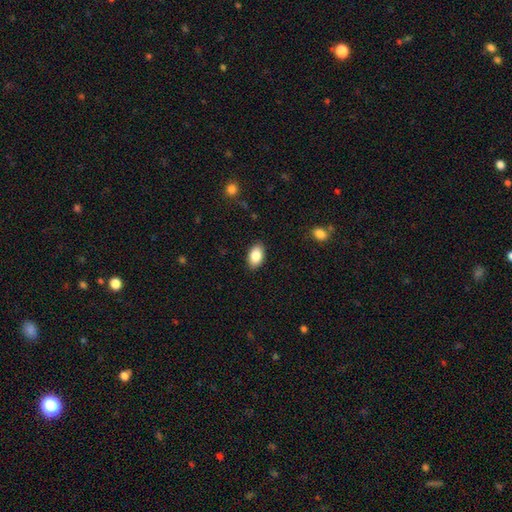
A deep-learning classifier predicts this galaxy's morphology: smooth_or_featured: smooth (p=0.86) [alt: star or artifact p=0.07]
how_rounded: in between (p=0.92) [alt: round p=0.06]
merging: none (p=0.88) [alt: minor disturbance p=0.09]